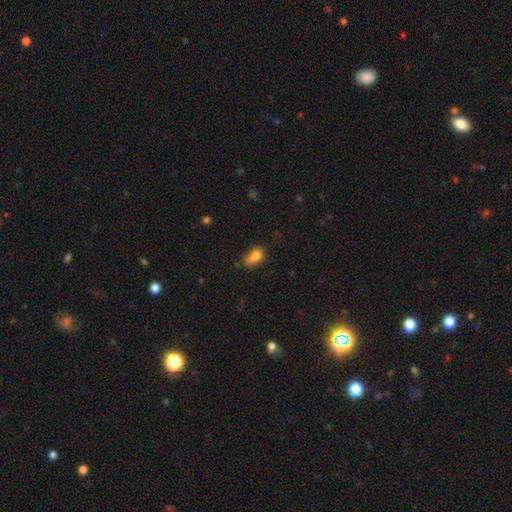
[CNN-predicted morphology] Smooth or featured: smooth — 75% (featured or disk — 13%)
How rounded: in between — 68% (round — 29%)
Merging: none — 36% (minor disturbance — 28%)